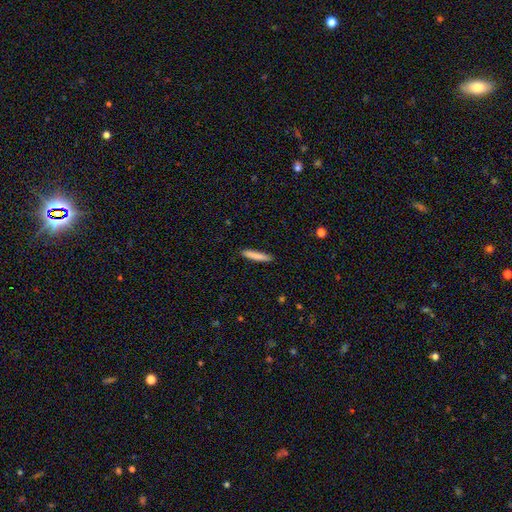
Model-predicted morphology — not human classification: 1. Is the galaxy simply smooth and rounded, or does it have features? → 83% smooth, 11% featured or disk, 6% star or artifact.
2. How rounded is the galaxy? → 93% cigar-shaped, 6% in between, 1% round.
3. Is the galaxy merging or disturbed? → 90% none, 7% minor disturbance, 2% major disturbance, 1% merger.